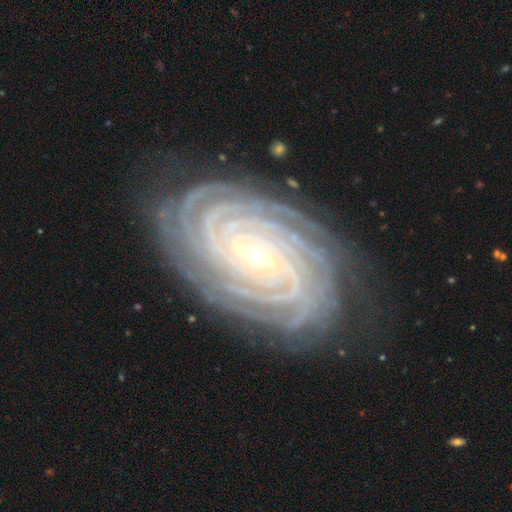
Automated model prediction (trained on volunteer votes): Morphology: type=featured or disk (93%); edge-on=no (97%); bar=strong (38%); spiral arms=yes (99%); winding=tight (91%); arm count=more than 4 (31%); bulge=small (68%); merging=none (84%).